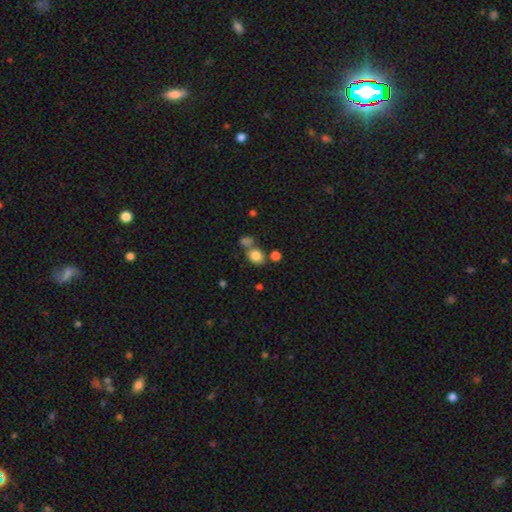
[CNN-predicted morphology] Smooth or featured? Predicted: smooth (p=0.81). How rounded? Predicted: round (p=0.53). Merging? Predicted: none (p=0.55).